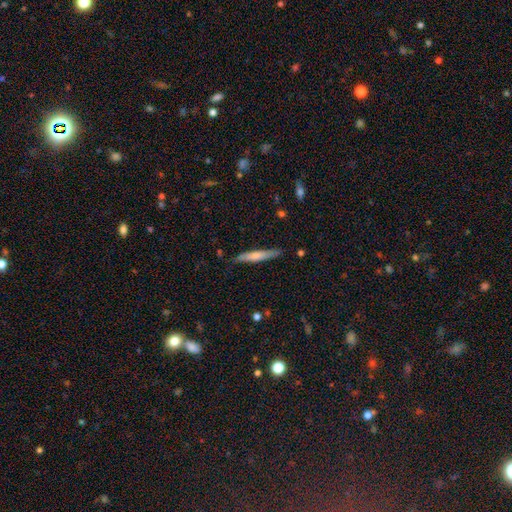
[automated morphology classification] This is likely a smooth galaxy (62%). How rounded: clearly cigar-shaped (92%). Merging: clearly none (83%).